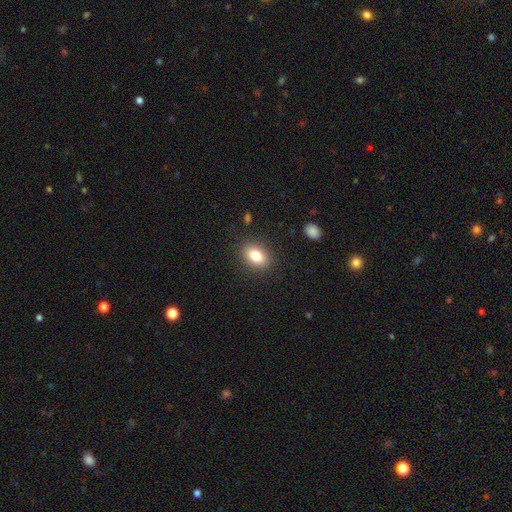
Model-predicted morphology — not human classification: type=smooth (82%); roundness=in between (80%); merging=none (87%).